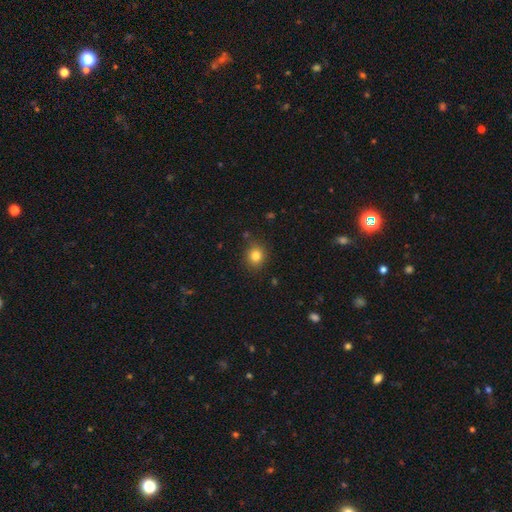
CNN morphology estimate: This appears to be a smooth galaxy with no disk features (82%) that is round (81%). Merging: none (86%).